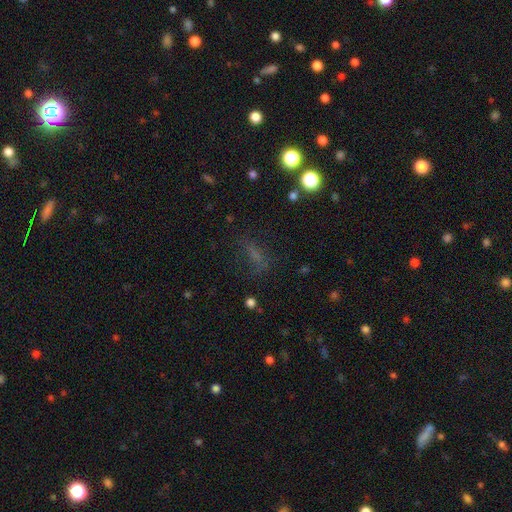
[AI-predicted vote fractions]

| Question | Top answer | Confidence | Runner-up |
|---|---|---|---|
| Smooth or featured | smooth | 51% | star or artifact (32%) |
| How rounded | in between | 56% | cigar-shaped (29%) |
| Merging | none | 62% | minor disturbance (19%) |